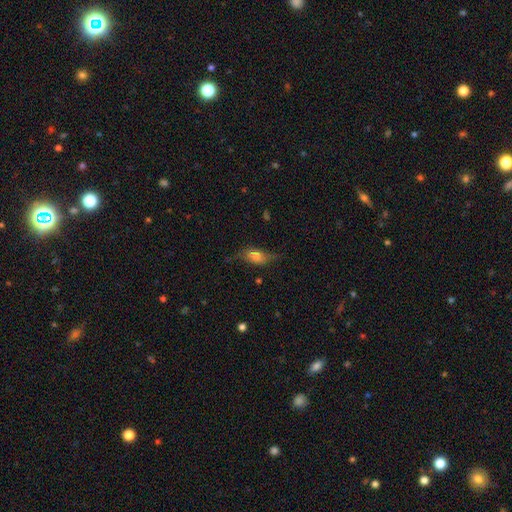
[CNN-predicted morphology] Smooth or featured?
  - smooth: 58% *
  - featured or disk: 32%
  - star or artifact: 10%
How rounded?
  - in between: 77% *
  - cigar-shaped: 16%
  - round: 7%
Merging?
  - none: 54% *
  - minor disturbance: 28%
  - major disturbance: 16%
  - merger: 2%